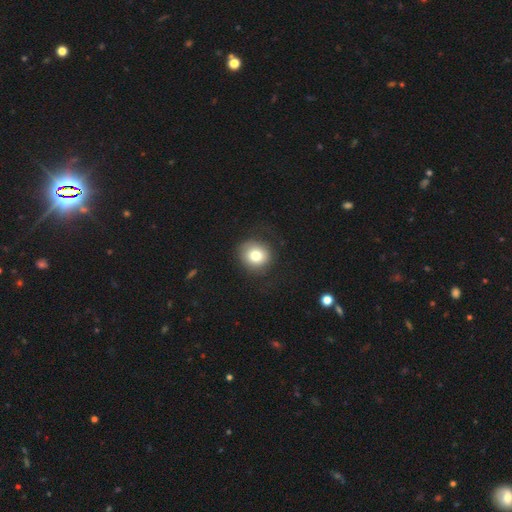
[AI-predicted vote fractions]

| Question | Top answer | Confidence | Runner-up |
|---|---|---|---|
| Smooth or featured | smooth | 76% | featured or disk (14%) |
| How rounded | round | 86% | in between (13%) |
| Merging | none | 81% | minor disturbance (12%) |